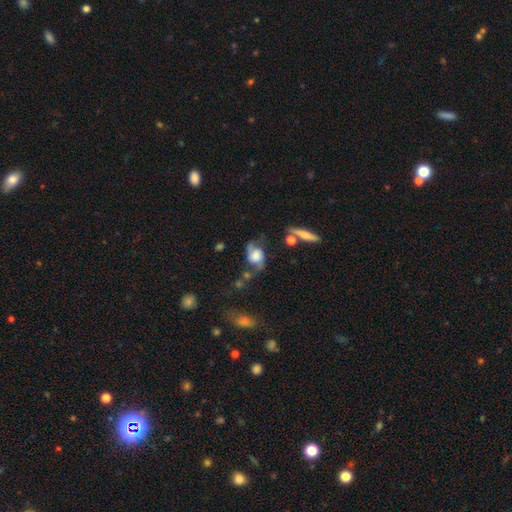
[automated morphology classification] Overall: featured or disk (65%; smooth 26%). Edge-on disk: no (92%). Bar: no (65%; weak 27%). Spiral arms: yes (87%). Spiral arm count: 2 (88%). Spiral winding: loose (59%; medium 31%). Bulge size: large (45%; dominant 17%). Merging: none (47%; minor disturbance 25%).